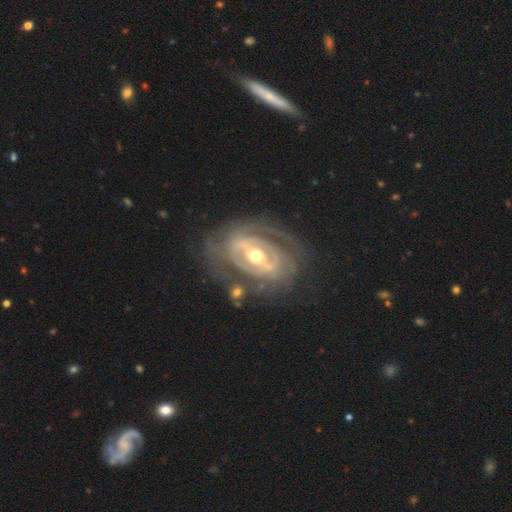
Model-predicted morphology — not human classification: Smooth or featured: featured or disk — 86% (smooth — 9%)
Edge-on disk: no — 95% (yes — 5%)
Bar: strong — 43% (weak — 33%)
Spiral arms: yes — 74% (no — 26%)
Spiral winding: tight — 64% (medium — 26%)
Spiral arm count: 2 — 37% (can't tell — 36%)
Bulge size: moderate — 69% (small — 24%)
Merging: none — 68% (minor disturbance — 17%)